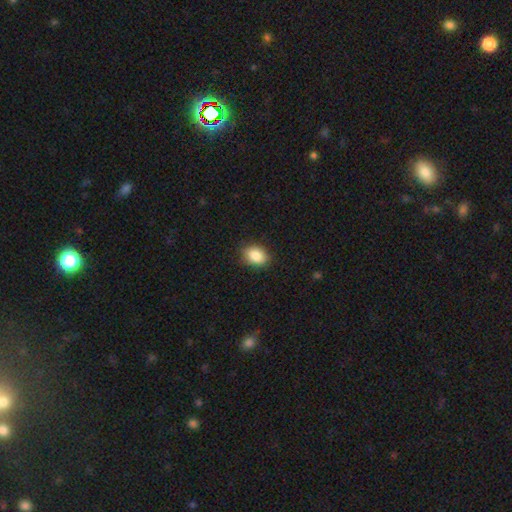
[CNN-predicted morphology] smooth_or_featured: smooth (p=0.87) [alt: star or artifact p=0.08]
how_rounded: in between (p=0.73) [alt: round p=0.26]
merging: none (p=0.86) [alt: minor disturbance p=0.10]